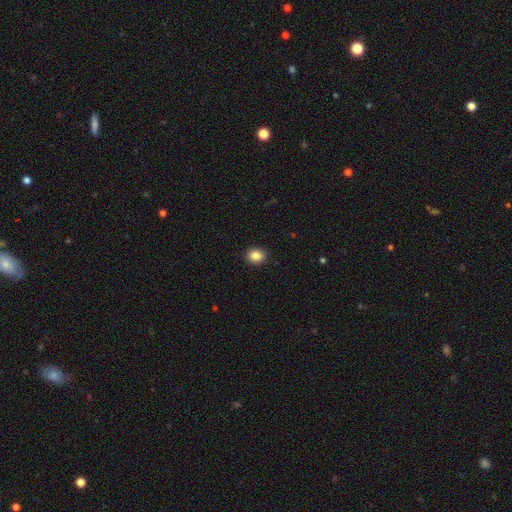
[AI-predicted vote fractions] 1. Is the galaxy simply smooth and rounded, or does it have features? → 87% smooth, 9% star or artifact, 4% featured or disk.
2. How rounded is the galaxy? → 58% round, 41% in between, 1% cigar-shaped.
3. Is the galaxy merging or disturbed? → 90% none, 7% minor disturbance, 2% major disturbance, 1% merger.